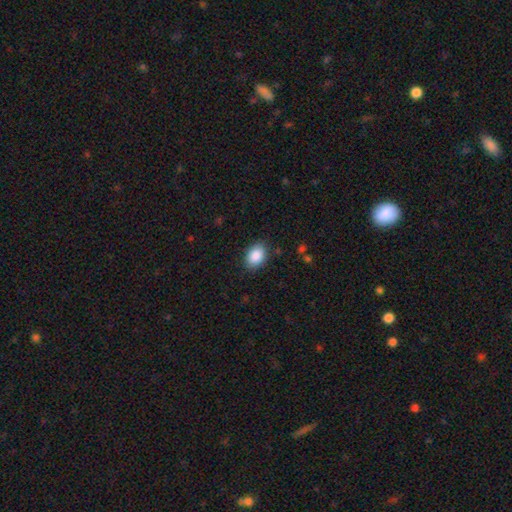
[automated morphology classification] smooth-or-featured: smooth: 88% | star or artifact: 7% | featured or disk: 5%
  how-rounded: in between: 82% | round: 17% | cigar-shaped: 1%
  merging: none: 86% | minor disturbance: 10% | major disturbance: 3% | merger: 1%